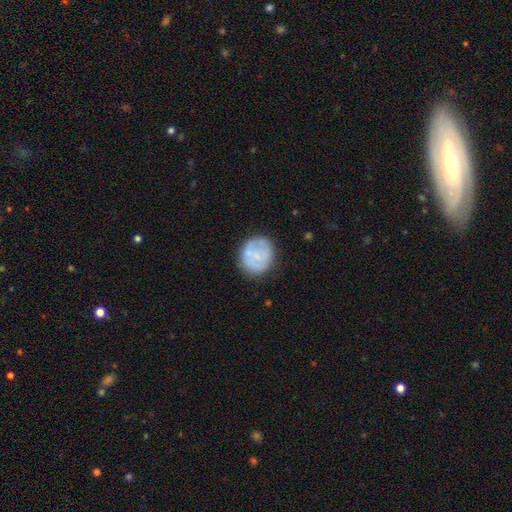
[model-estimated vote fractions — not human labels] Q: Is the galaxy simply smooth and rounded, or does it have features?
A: smooth — 53%.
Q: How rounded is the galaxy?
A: round — 82%.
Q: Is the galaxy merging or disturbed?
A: none — 69%.